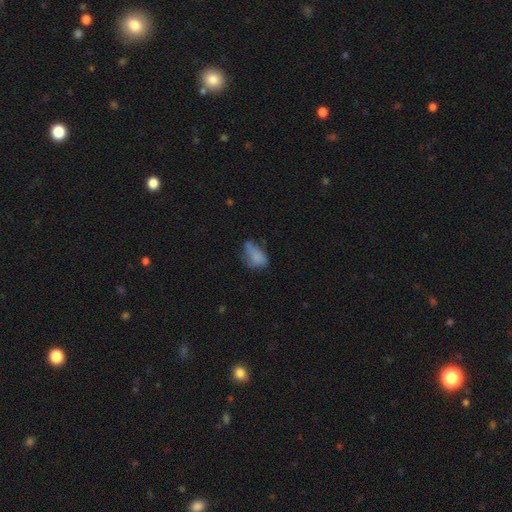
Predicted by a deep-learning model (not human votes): A smooth galaxy with no disk features (74%) that is in between round and cigar-shaped (88%).

Vote fractions:
- Smooth or featured? smooth: 74% / featured or disk: 16% / star or artifact: 10%
- How rounded? in between: 88% / round: 8% / cigar-shaped: 4%
- Merging? none: 36% / minor disturbance: 35% / major disturbance: 24% / merger: 6%